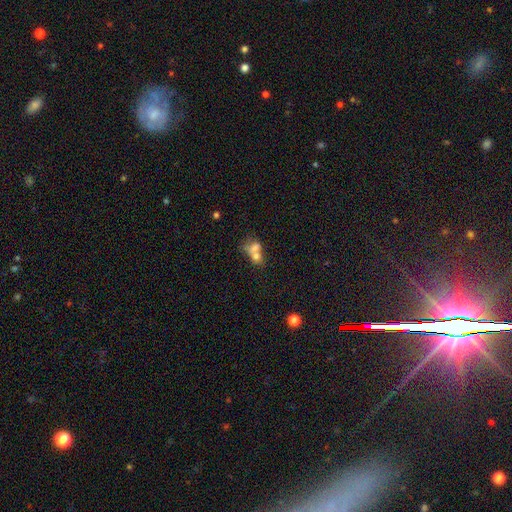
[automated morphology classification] smooth-or-featured: smooth: 65% | featured or disk: 23% | star or artifact: 12%
  how-rounded: in between: 54% | round: 43% | cigar-shaped: 2%
  merging: merger: 68% | none: 18% | minor disturbance: 7% | major disturbance: 6%